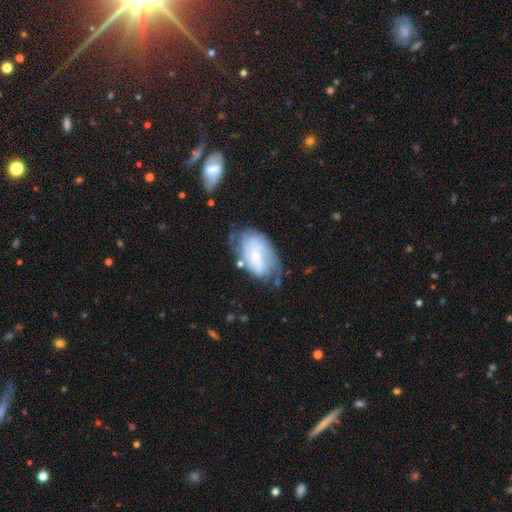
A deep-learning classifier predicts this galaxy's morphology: Smooth or featured? Predicted: featured or disk (p=0.75). Edge-on disk? Predicted: no (p=0.96). Bar? Predicted: no (p=0.61). Spiral arms? Predicted: yes (p=0.90). Spiral winding? Predicted: tight (p=0.57). Spiral arm count? Predicted: can't tell (p=0.43). Bulge size? Predicted: small (p=0.73). Merging? Predicted: none (p=0.58).